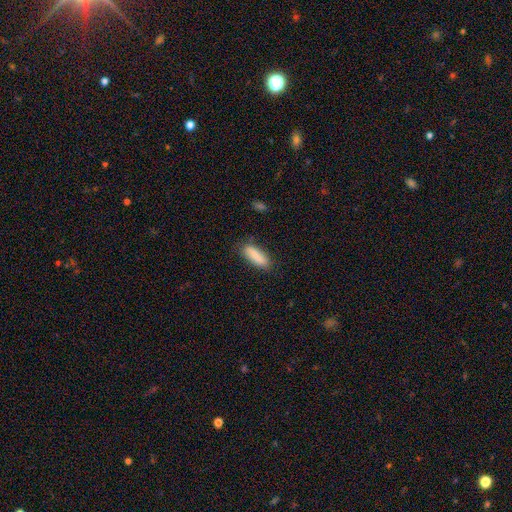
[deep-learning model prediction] smooth-or-featured: smooth: 86% | featured or disk: 8% | star or artifact: 7%
  how-rounded: in between: 51% | cigar-shaped: 47% | round: 2%
  merging: none: 80% | minor disturbance: 15% | major disturbance: 3% | merger: 2%